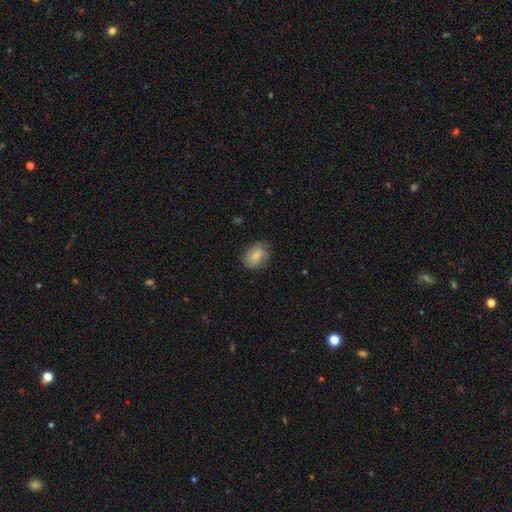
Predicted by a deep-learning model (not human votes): Smooth or featured: smooth — 79% (featured or disk — 14%)
How rounded: in between — 66% (round — 33%)
Merging: none — 76% (minor disturbance — 18%)